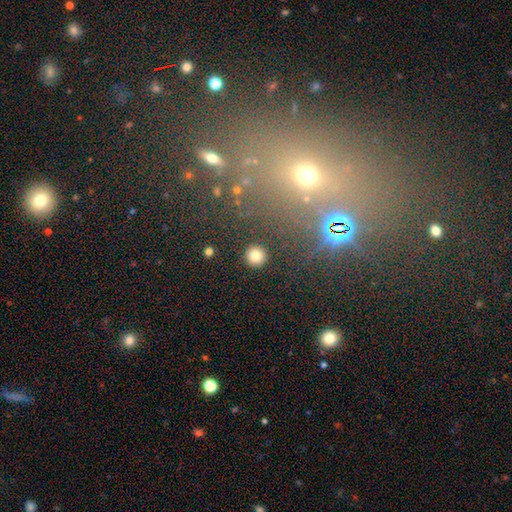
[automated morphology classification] The model was most divided on "smooth or featured": smooth: 82%, star or artifact: 12%, featured or disk: 6%. More confident: how rounded — round (95%); merging — none (91%).